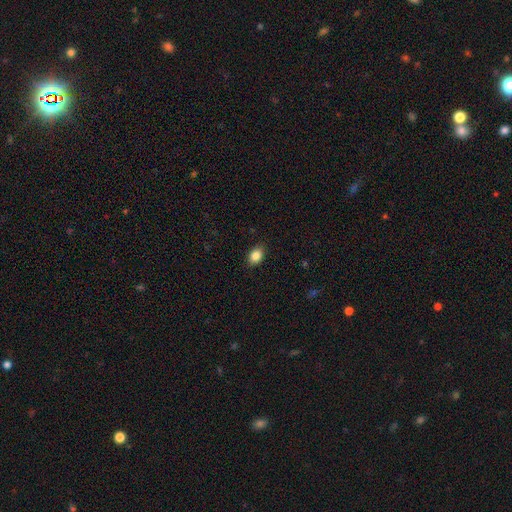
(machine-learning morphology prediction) Smooth or featured?
  - smooth: 86% *
  - star or artifact: 9%
  - featured or disk: 5%
How rounded?
  - in between: 80% *
  - round: 19%
  - cigar-shaped: 1%
Merging?
  - none: 87% *
  - minor disturbance: 10%
  - major disturbance: 2%
  - merger: 1%